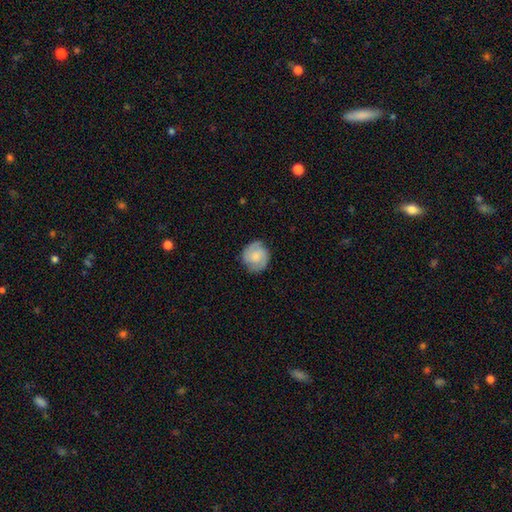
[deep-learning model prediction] Overall: smooth (53%; featured or disk 40%). How rounded: round (87%). Merging: none (79%).